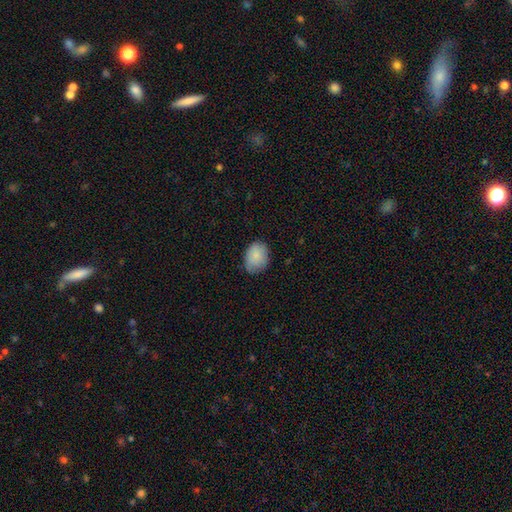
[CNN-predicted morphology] type=smooth (84%); roundness=in between (69%); merging=none (72%).